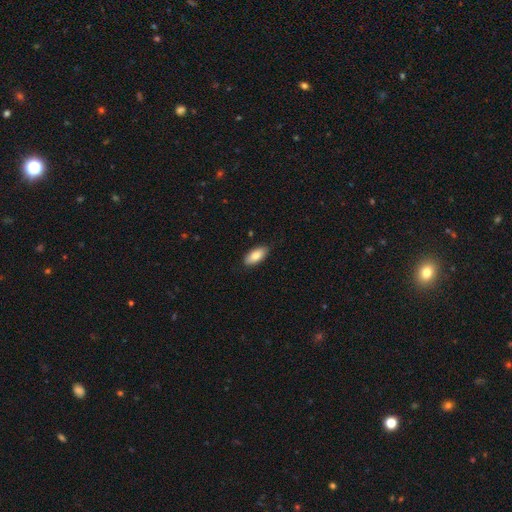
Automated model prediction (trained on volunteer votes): The model was most divided on "smooth or featured": smooth: 84%, featured or disk: 10%, star or artifact: 6%. More confident: how rounded — in between (89%); merging — none (86%).